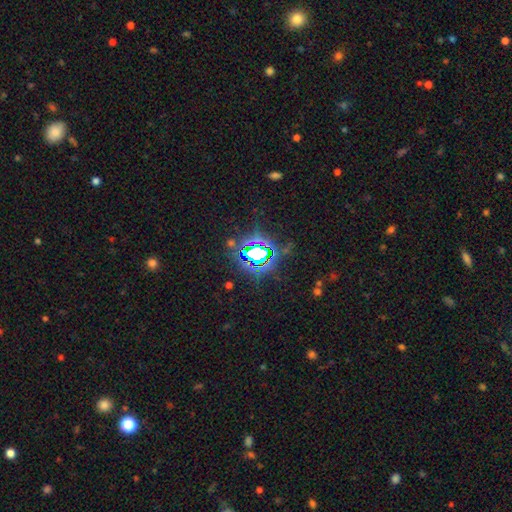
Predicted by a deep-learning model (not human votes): Q: Smooth or featured?
A: star or artifact (78%); runner-up: smooth (12%)